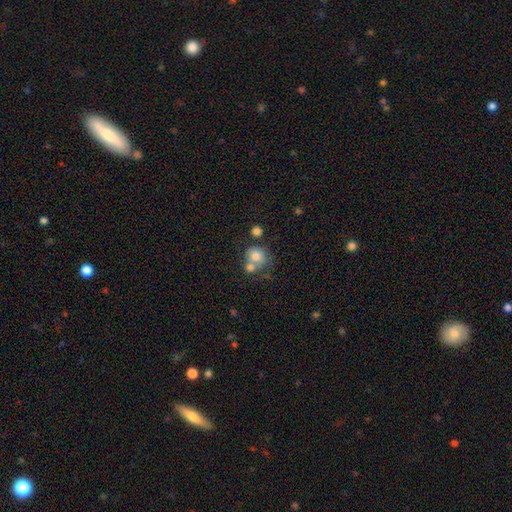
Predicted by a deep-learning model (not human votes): A smooth galaxy with no disk features (74%) that is round (79%).

Vote fractions:
- Smooth or featured? smooth: 74% / featured or disk: 17% / star or artifact: 10%
- How rounded? round: 79% / in between: 20% / cigar-shaped: 1%
- Merging? merger: 44% / none: 39% / minor disturbance: 12% / major disturbance: 6%